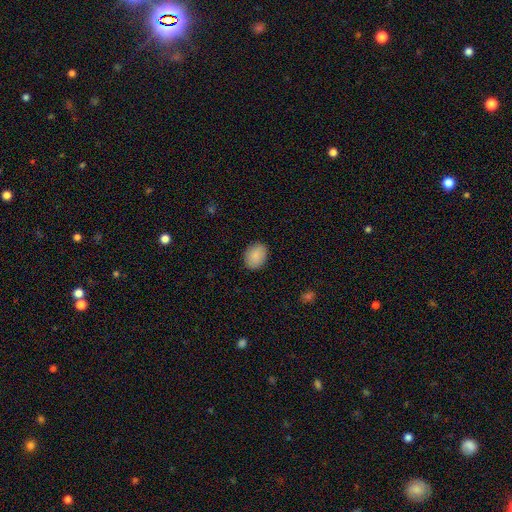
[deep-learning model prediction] smooth 88%, star or artifact 7%, featured or disk 4%. Down the decision tree: how rounded — in between (60%); merging — none (89%).